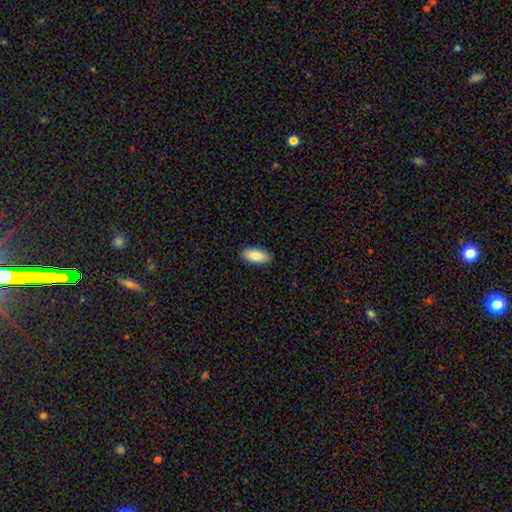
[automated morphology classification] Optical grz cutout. It shows a smooth galaxy with no disk features (86%) that is in between round and cigar-shaped (88%). Merging: none (90%).